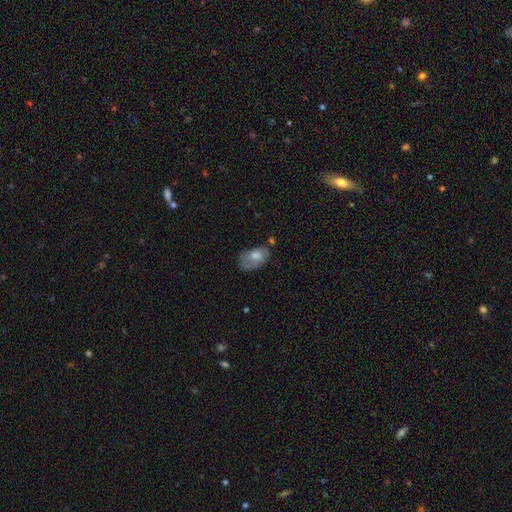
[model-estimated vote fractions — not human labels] Morphology: type=smooth (60%); roundness=in between (88%); merging=none (48%).